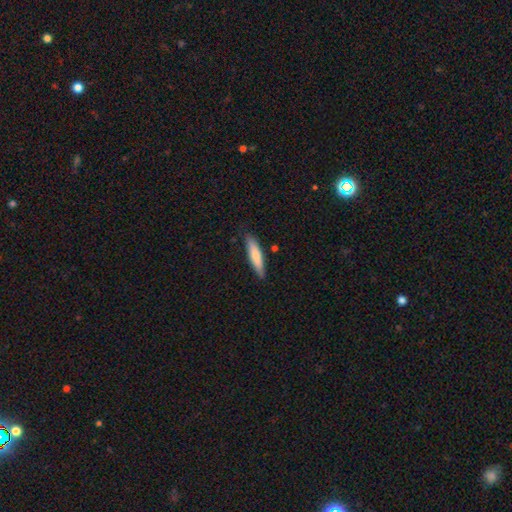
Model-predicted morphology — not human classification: A smooth galaxy with no disk features (75%) that is cigar-shaped (81%).

Vote fractions:
- Smooth or featured? smooth: 75% / featured or disk: 20% / star or artifact: 5%
- How rounded? cigar-shaped: 81% / in between: 17% / round: 1%
- Merging? none: 84% / minor disturbance: 13% / major disturbance: 2% / merger: 2%